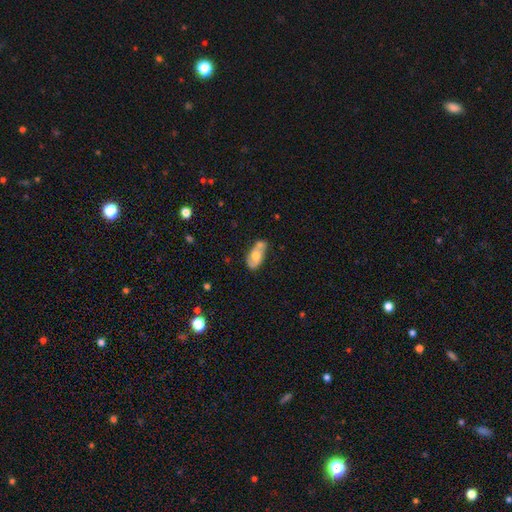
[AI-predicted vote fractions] smooth-or-featured: smooth: 56% | featured or disk: 37% | star or artifact: 7%
  how-rounded: in between: 88% | cigar-shaped: 7% | round: 5%
  merging: none: 45% | merger: 27% | minor disturbance: 22% | major disturbance: 6%